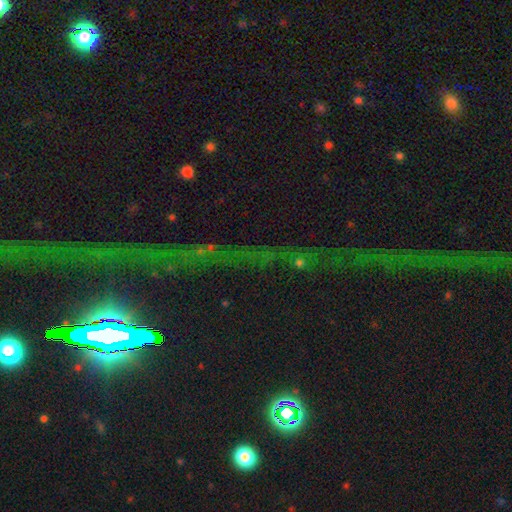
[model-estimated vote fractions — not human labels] A star or artifact, not a galaxy (72%).

Vote fractions:
- Smooth or featured? star or artifact: 72% / featured or disk: 18% / smooth: 11%